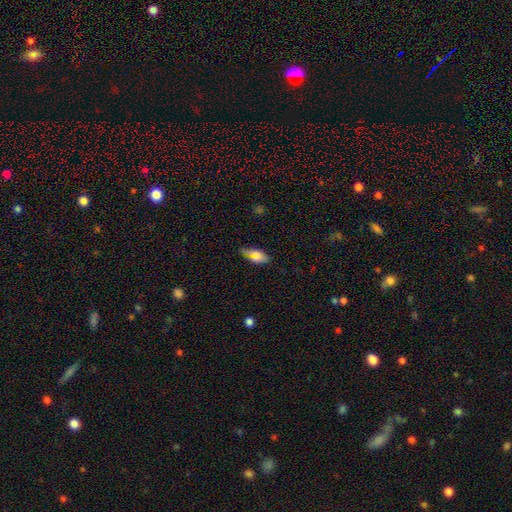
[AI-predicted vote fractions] A smooth galaxy with no disk features (63%) that is in between round and cigar-shaped (72%).

Vote fractions:
- Smooth or featured? smooth: 63% / featured or disk: 26% / star or artifact: 11%
- How rounded? in between: 72% / cigar-shaped: 23% / round: 5%
- Merging? none: 63% / minor disturbance: 24% / major disturbance: 8% / merger: 5%